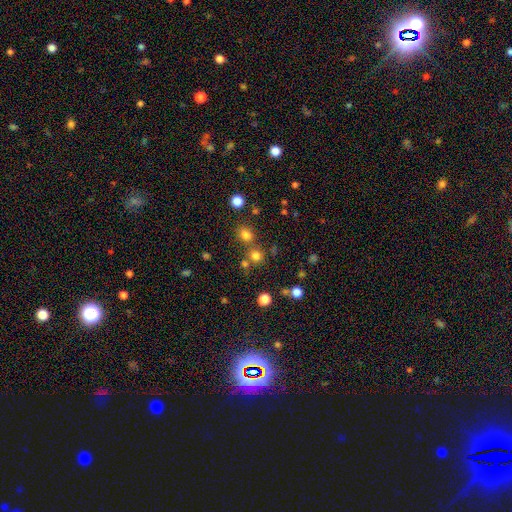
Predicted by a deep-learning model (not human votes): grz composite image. It shows a smooth galaxy with no disk features (74%) that is round (87%). Merging: none (67%).